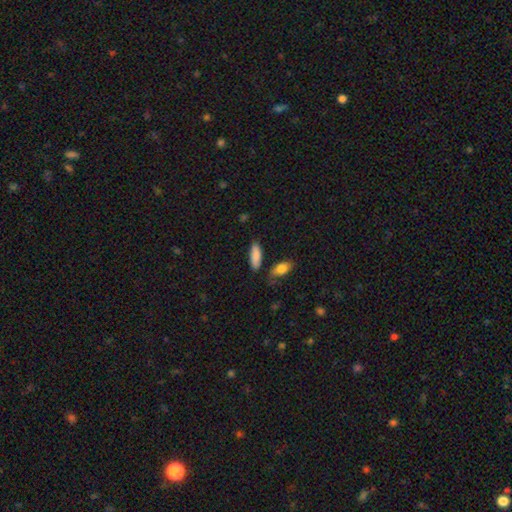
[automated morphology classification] type=smooth (87%); roundness=in between (62%); merging=none (78%).